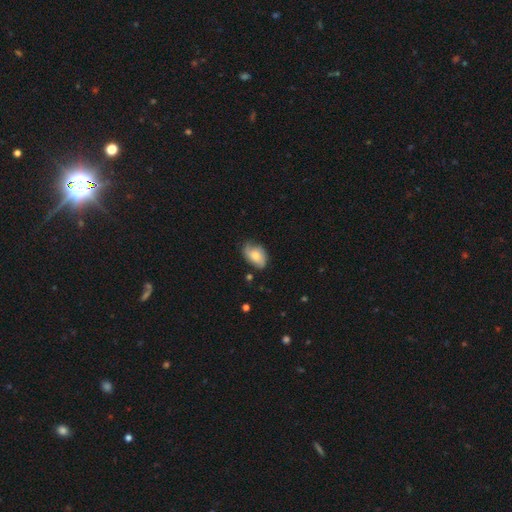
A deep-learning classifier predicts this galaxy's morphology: This is possibly a smooth galaxy (59%). How rounded: clearly in between (83%). Merging: possibly none (55%).